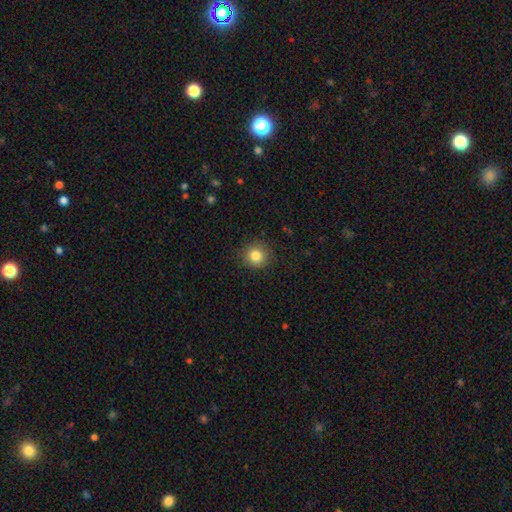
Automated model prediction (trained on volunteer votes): A smooth galaxy with no disk features (84%) that is round (91%).

Vote fractions:
- Smooth or featured? smooth: 84% / star or artifact: 11% / featured or disk: 6%
- How rounded? round: 91% / in between: 8% / cigar-shaped: 1%
- Merging? none: 87% / minor disturbance: 9% / major disturbance: 3% / merger: 1%